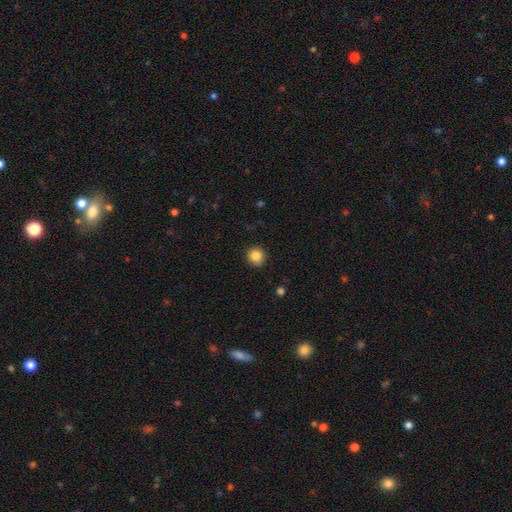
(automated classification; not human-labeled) Smooth or featured: smooth — 86% (star or artifact — 10%)
How rounded: round — 90% (in between — 9%)
Merging: none — 89% (minor disturbance — 8%)